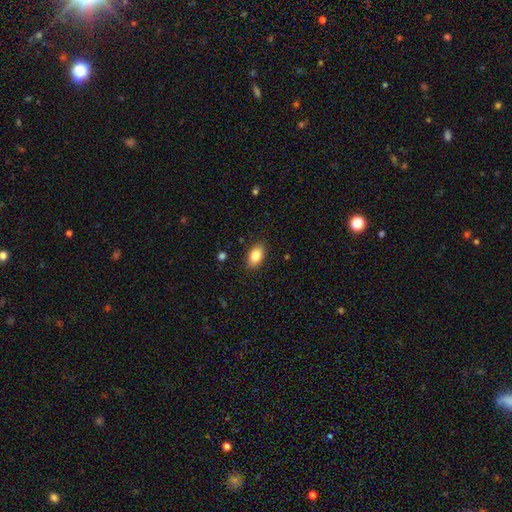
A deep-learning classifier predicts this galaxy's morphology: Overall: smooth (84%). How rounded: in between (90%). Merging: none (88%).